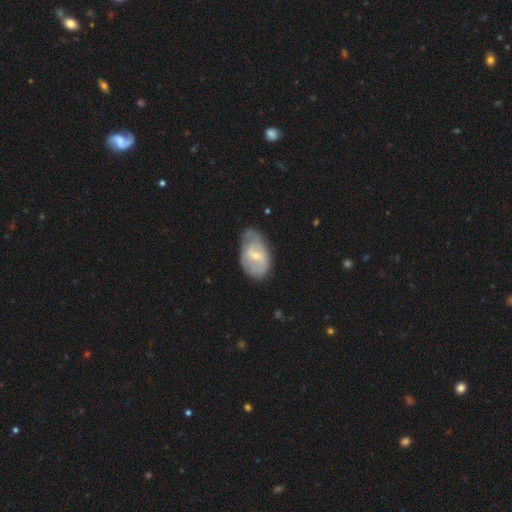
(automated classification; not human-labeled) A featured or disk galaxy (58%) with a weak bar (52%), spiral arms (61%) and a small central bulge (57%).

Vote fractions:
- Smooth or featured? featured or disk: 58% / smooth: 36% / star or artifact: 6%
- Edge-on disk? no: 95% / yes: 5%
- Bar? weak: 52% / no: 30% / strong: 18%
- Spiral arms? yes: 61% / no: 39%
- Bulge size? small: 57% / moderate: 36% / none: 4% / large: 2% / dominant: 1%
- Merging? none: 52% / minor disturbance: 34% / major disturbance: 12% / merger: 2%